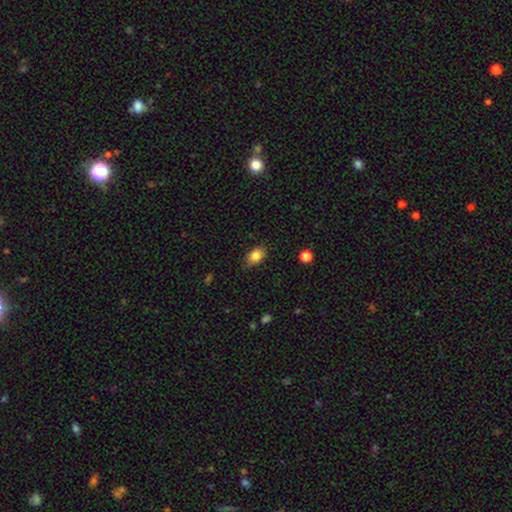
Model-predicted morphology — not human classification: This appears to be a smooth galaxy with no disk features (84%) that is in between round and cigar-shaped (82%). Merging: none (82%).